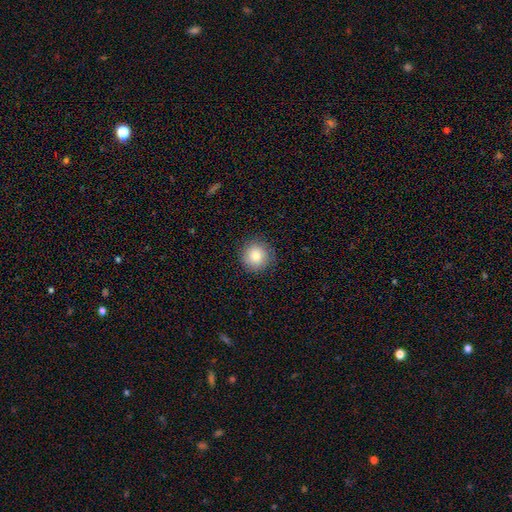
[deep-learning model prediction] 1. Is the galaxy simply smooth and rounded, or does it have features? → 84% smooth, 9% star or artifact, 7% featured or disk.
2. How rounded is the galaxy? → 94% round, 5% in between, 1% cigar-shaped.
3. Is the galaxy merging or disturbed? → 88% none, 9% minor disturbance, 3% major disturbance, 1% merger.